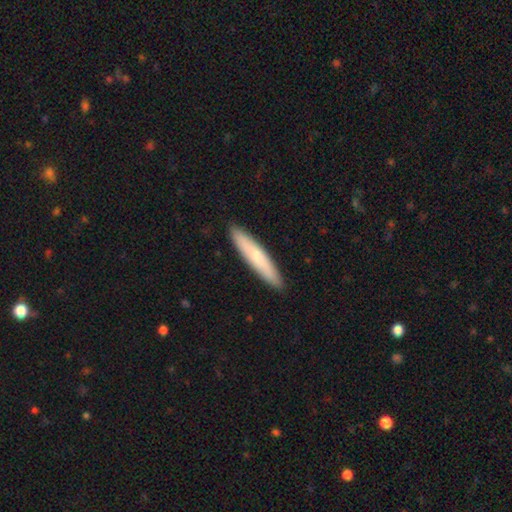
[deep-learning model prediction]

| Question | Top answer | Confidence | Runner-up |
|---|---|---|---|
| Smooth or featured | smooth | 67% | featured or disk (27%) |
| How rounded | cigar-shaped | 91% | in between (8%) |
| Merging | none | 91% | minor disturbance (7%) |